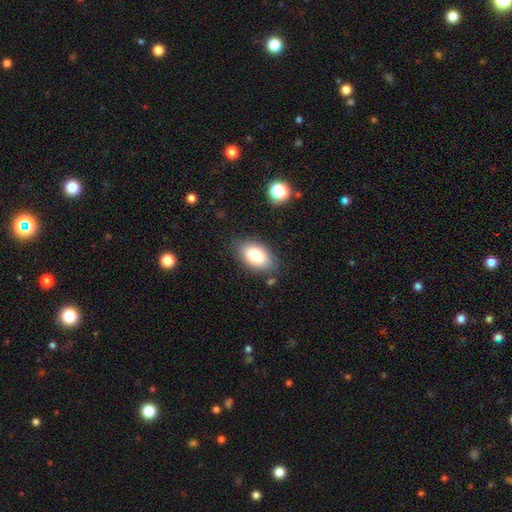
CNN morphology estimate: A smooth galaxy with no disk features (83%) that is in between round and cigar-shaped (93%). Merging: none (81%).